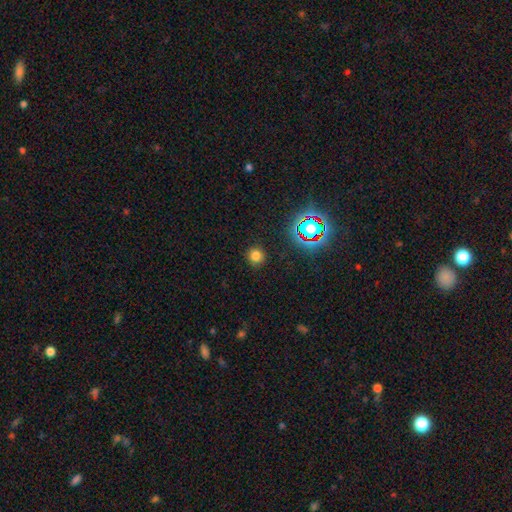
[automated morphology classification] smooth_or_featured: smooth (p=0.75) [alt: star or artifact p=0.20]
how_rounded: round (p=0.93) [alt: in between p=0.06]
merging: none (p=0.90) [alt: minor disturbance p=0.06]